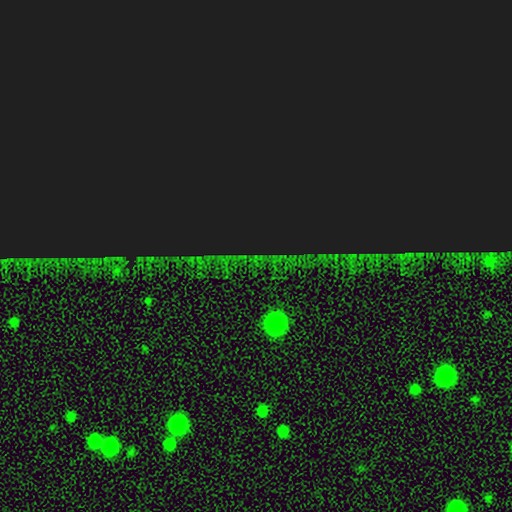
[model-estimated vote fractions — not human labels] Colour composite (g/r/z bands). It shows a star or artifact, not a galaxy (81%).